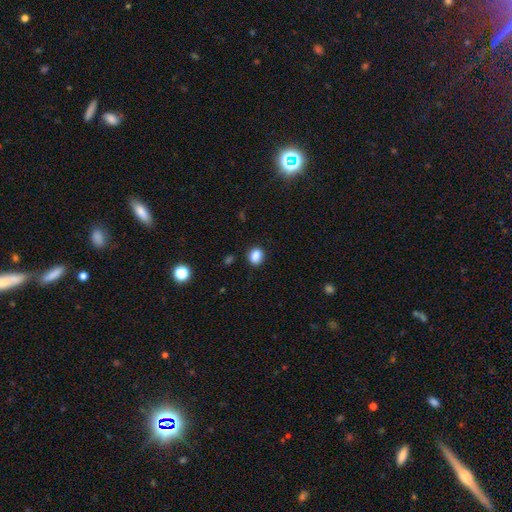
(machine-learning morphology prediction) A smooth galaxy with no disk features (86%) that is round (51%). Merging: none (82%).